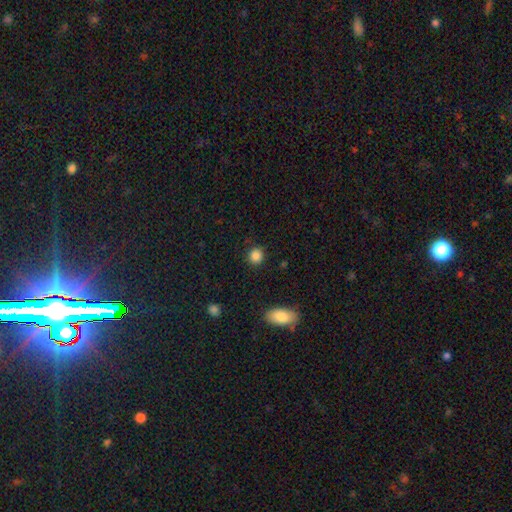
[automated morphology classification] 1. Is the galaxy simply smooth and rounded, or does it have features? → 86% smooth, 11% star or artifact, 4% featured or disk.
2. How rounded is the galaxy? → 88% round, 11% in between, 1% cigar-shaped.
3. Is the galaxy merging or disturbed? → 89% none, 8% minor disturbance, 2% major disturbance, 1% merger.